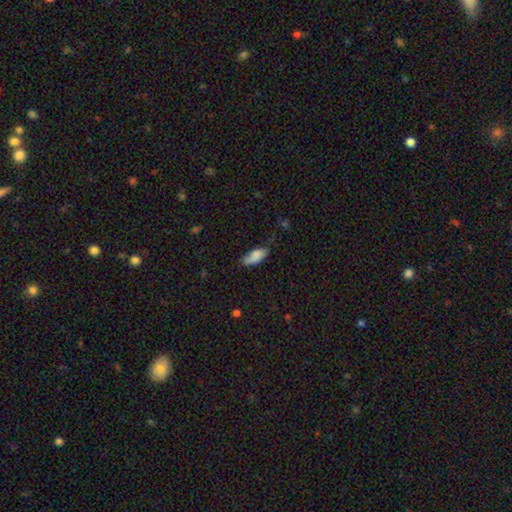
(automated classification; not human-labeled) Overall: smooth (83%). How rounded: in between (79%). Merging: none (57%; minor disturbance 33%).